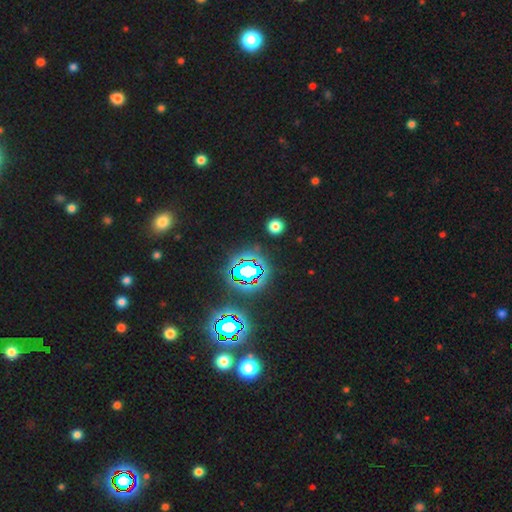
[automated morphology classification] Smooth or featured: star or artifact — 81% (smooth — 12%)